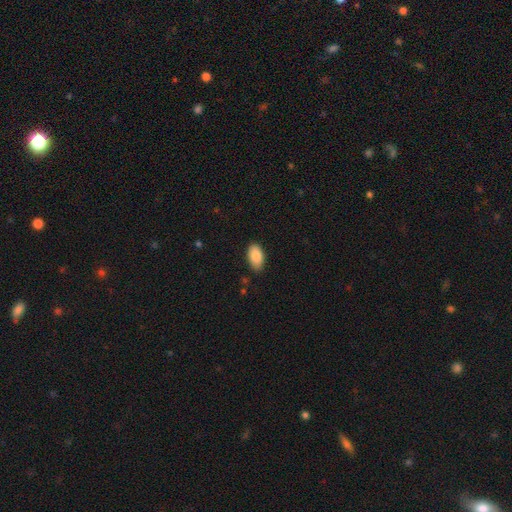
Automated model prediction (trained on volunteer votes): Q: Smooth or featured?
A: smooth (87%); runner-up: featured or disk (7%)
Q: How rounded?
A: in between (94%); runner-up: round (4%)
Q: Merging?
A: none (84%); runner-up: minor disturbance (12%)